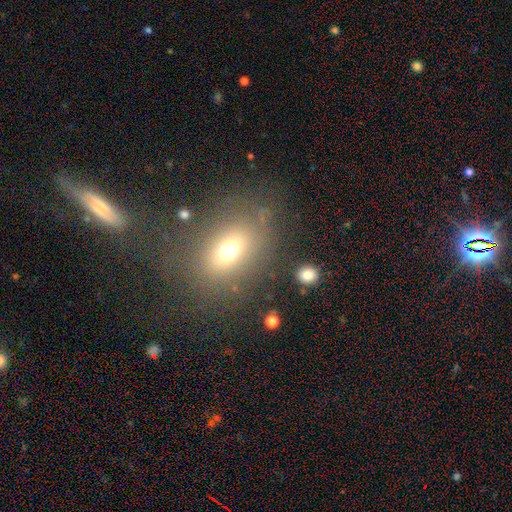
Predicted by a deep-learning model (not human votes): Q: Smooth or featured?
A: smooth (53%); runner-up: star or artifact (25%)
Q: How rounded?
A: in between (72%); runner-up: round (21%)
Q: Merging?
A: none (72%); runner-up: minor disturbance (14%)